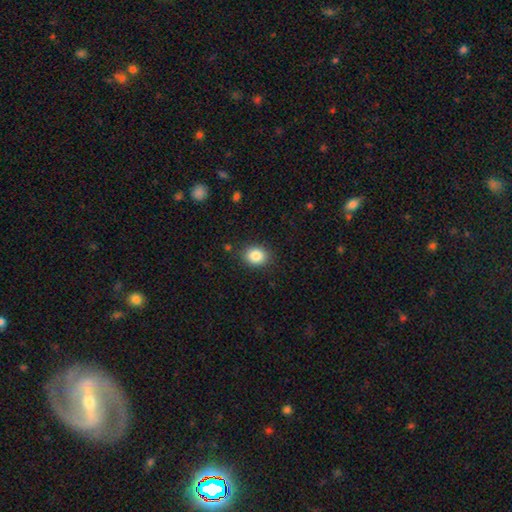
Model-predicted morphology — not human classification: type=smooth (86%); roundness=round (57%); merging=none (87%).